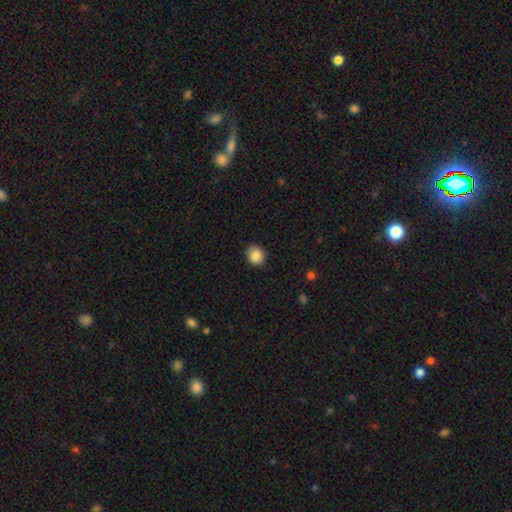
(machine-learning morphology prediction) This appears to be a smooth galaxy with no disk features (88%) that is round (81%). Merging: none (87%).